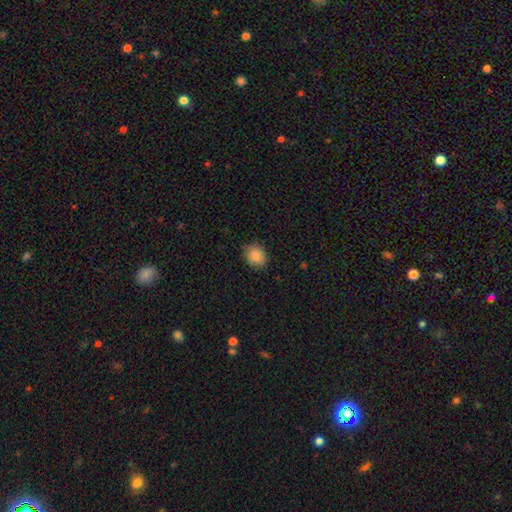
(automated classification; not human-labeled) Smooth or featured?
  - smooth: 87% *
  - star or artifact: 8%
  - featured or disk: 5%
How rounded?
  - round: 66% *
  - in between: 33%
  - cigar-shaped: 1%
Merging?
  - none: 81% *
  - minor disturbance: 15%
  - major disturbance: 3%
  - merger: 1%